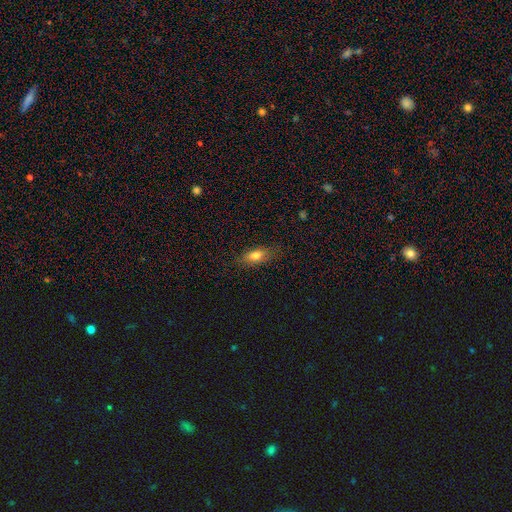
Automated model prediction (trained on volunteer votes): Smooth or featured: smooth — 76% (featured or disk — 16%)
How rounded: in between — 78% (cigar-shaped — 17%)
Merging: none — 81% (minor disturbance — 14%)